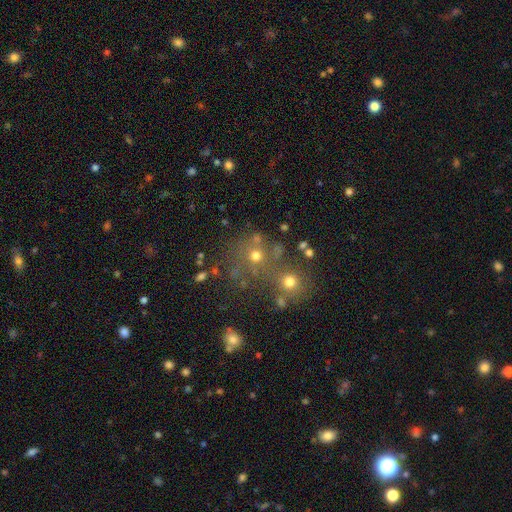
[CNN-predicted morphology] This appears to be a smooth galaxy with no disk features (62%) that is round (86%). Merging: none (57%).